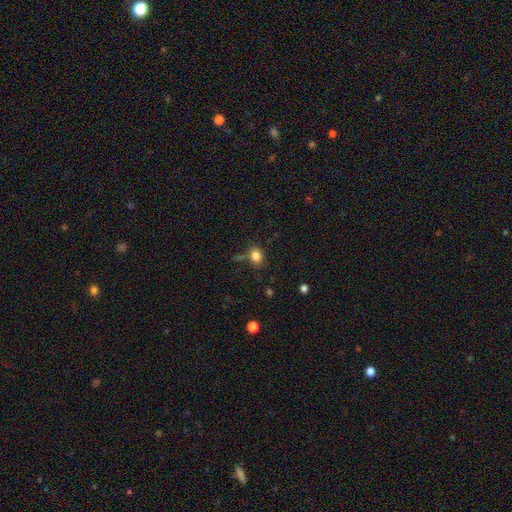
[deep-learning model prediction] A smooth galaxy with no disk features (83%) that is in between round and cigar-shaped (51%).

Vote fractions:
- Smooth or featured? smooth: 83% / star or artifact: 11% / featured or disk: 6%
- How rounded? in between: 51% / round: 47% / cigar-shaped: 1%
- Merging? none: 70% / minor disturbance: 16% / merger: 9% / major disturbance: 5%